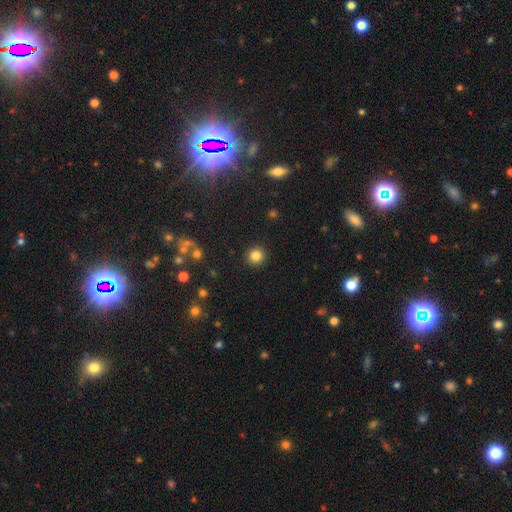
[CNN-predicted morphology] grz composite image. It shows a smooth galaxy with no disk features (83%) that is round (92%). Merging: none (92%).